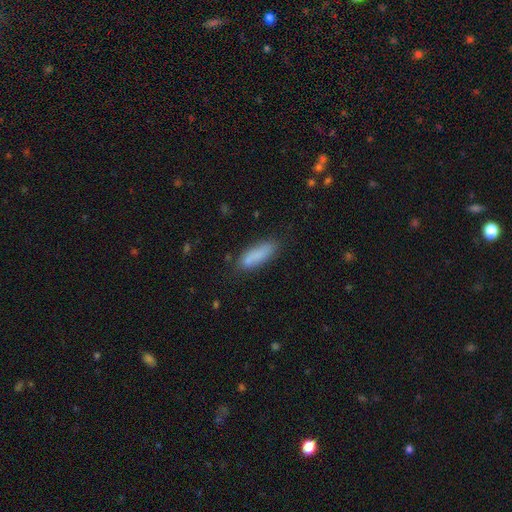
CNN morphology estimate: This is clearly a smooth galaxy (82%). How rounded: possibly in between (50%). Merging: likely none (76%).